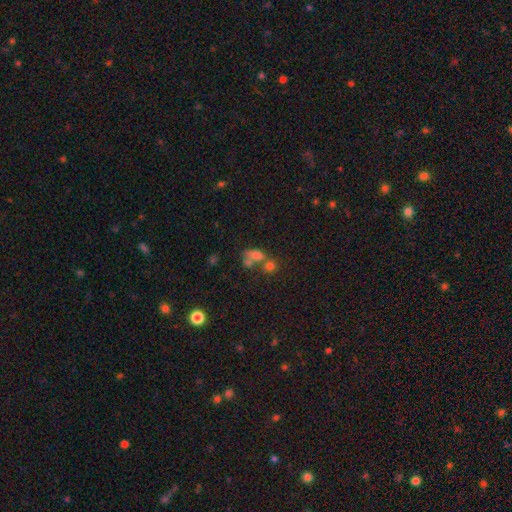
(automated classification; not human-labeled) Smooth or featured? Predicted: smooth (p=0.64). How rounded? Predicted: in between (p=0.62). Merging? Predicted: merger (p=0.49).